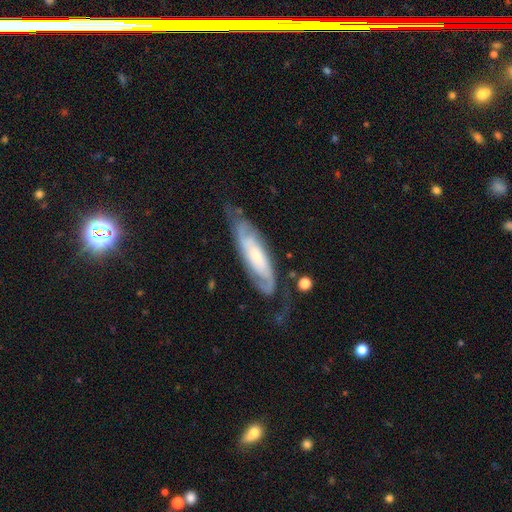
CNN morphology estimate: Smooth or featured: featured or disk — 80% (smooth — 15%)
Edge-on disk: no — 83% (yes — 17%)
Bar: no — 55% (weak — 31%)
Spiral arms: yes — 95% (no — 5%)
Spiral winding: tight — 51% (medium — 38%)
Spiral arm count: 2 — 66% (can't tell — 20%)
Bulge size: small — 42% (moderate — 36%)
Merging: none — 64% (minor disturbance — 22%)